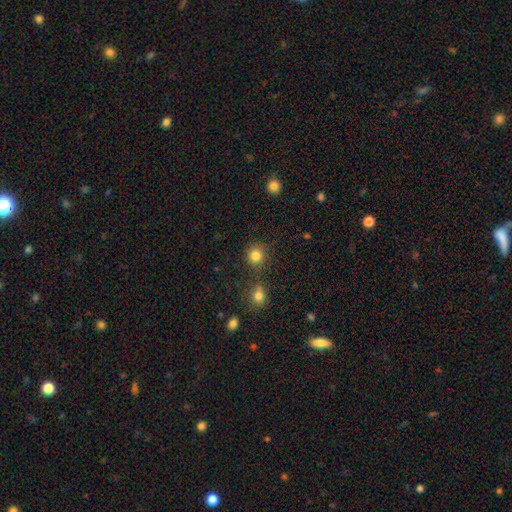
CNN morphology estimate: A smooth galaxy with no disk features (82%) that is round (91%). Merging: none (80%).